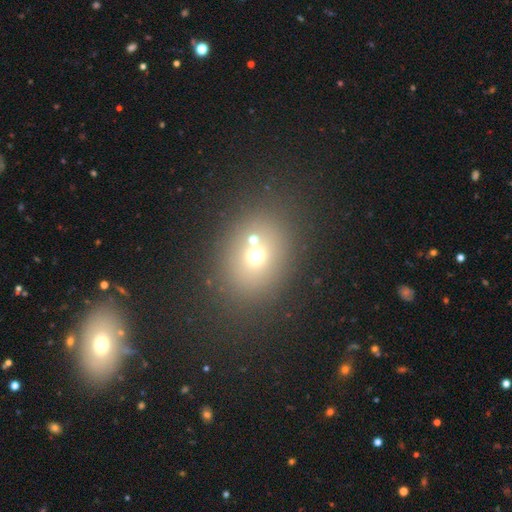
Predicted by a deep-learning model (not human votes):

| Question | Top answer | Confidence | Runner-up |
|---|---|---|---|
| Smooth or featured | smooth | 63% | star or artifact (21%) |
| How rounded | round | 55% | in between (44%) |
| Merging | none | 68% | merger (17%) |